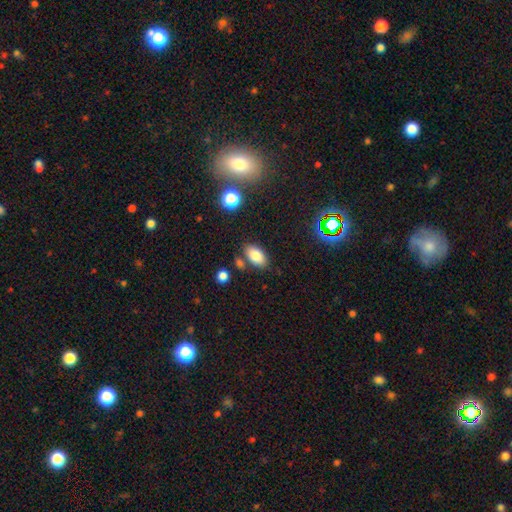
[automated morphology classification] The model was most divided on "merging": none: 77%, minor disturbance: 11%, merger: 8%, major disturbance: 3%. More confident: how rounded — in between (91%); smooth or featured — smooth (81%).